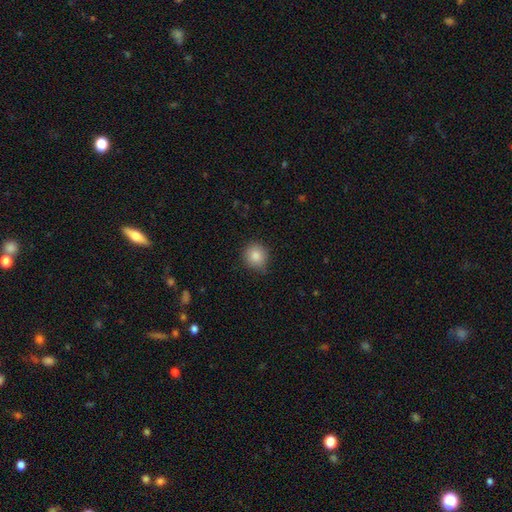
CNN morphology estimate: smooth-or-featured: smooth: 86% | star or artifact: 9% | featured or disk: 5%
  how-rounded: round: 88% | in between: 11% | cigar-shaped: 1%
  merging: none: 78% | minor disturbance: 17% | major disturbance: 3% | merger: 1%